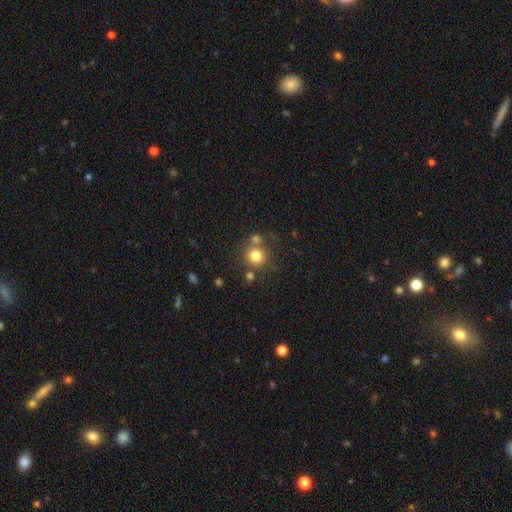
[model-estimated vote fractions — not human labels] The model was most divided on "merging": none: 68%, merger: 19%, minor disturbance: 9%, major disturbance: 4%. More confident: how rounded — round (91%); smooth or featured — smooth (80%).